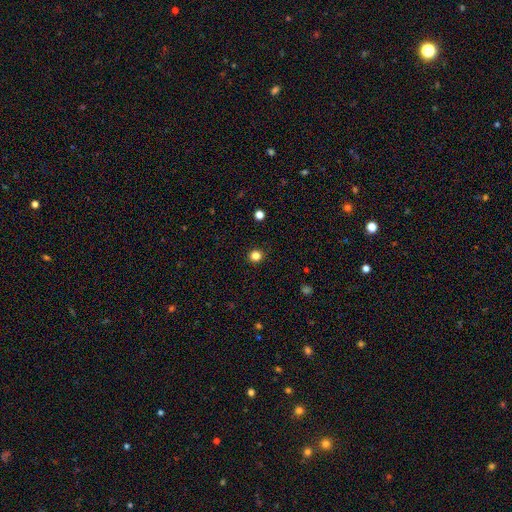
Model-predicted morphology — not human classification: The model was most divided on "smooth or featured": smooth: 83%, star or artifact: 13%, featured or disk: 4%. More confident: how rounded — round (92%); merging — none (91%).